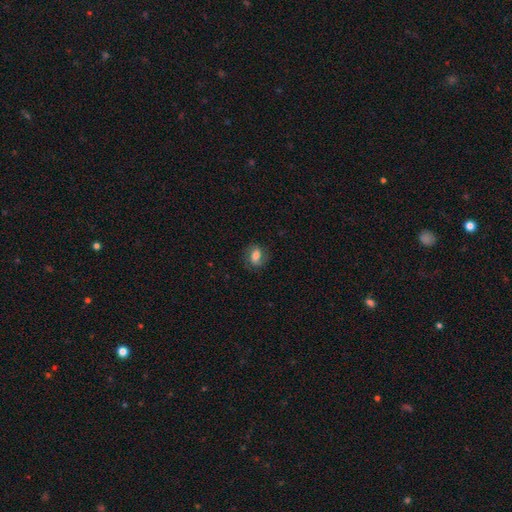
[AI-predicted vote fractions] A smooth galaxy with no disk features (57%) that is in between round and cigar-shaped (68%). Merging: none (75%).